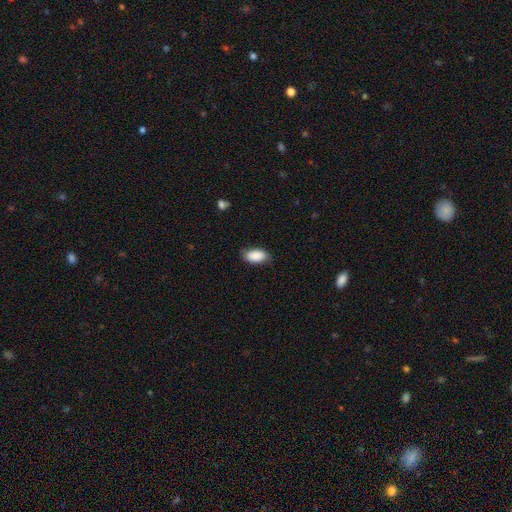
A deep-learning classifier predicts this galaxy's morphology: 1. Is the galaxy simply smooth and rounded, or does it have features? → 88% smooth, 6% star or artifact, 6% featured or disk.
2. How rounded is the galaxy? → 93% in between, 4% round, 3% cigar-shaped.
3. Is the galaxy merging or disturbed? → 79% none, 17% minor disturbance, 3% major disturbance, 1% merger.